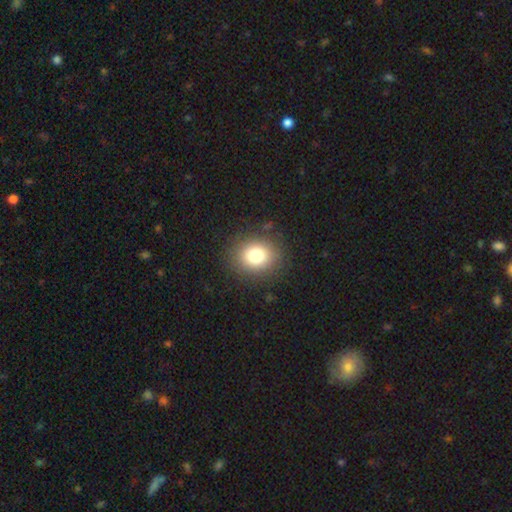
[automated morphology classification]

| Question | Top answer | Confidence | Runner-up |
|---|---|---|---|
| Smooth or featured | smooth | 79% | star or artifact (12%) |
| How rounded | round | 62% | in between (37%) |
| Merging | none | 87% | minor disturbance (8%) |